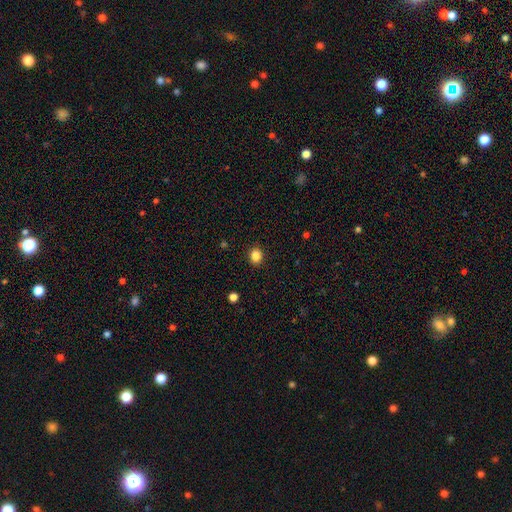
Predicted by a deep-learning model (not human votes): This appears to be a smooth galaxy with no disk features (85%) that is round (61%). Merging: none (90%).